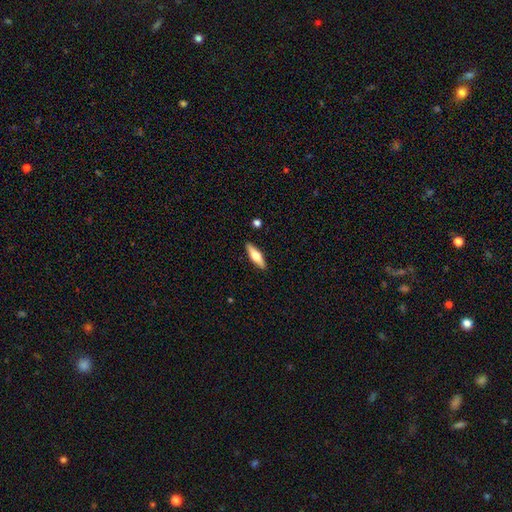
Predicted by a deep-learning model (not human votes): A smooth galaxy with no disk features (50%).

Vote fractions:
- Smooth or featured? smooth: 50% / featured or disk: 45% / star or artifact: 6%
- Merging? none: 89% / minor disturbance: 7% / major disturbance: 2% / merger: 2%